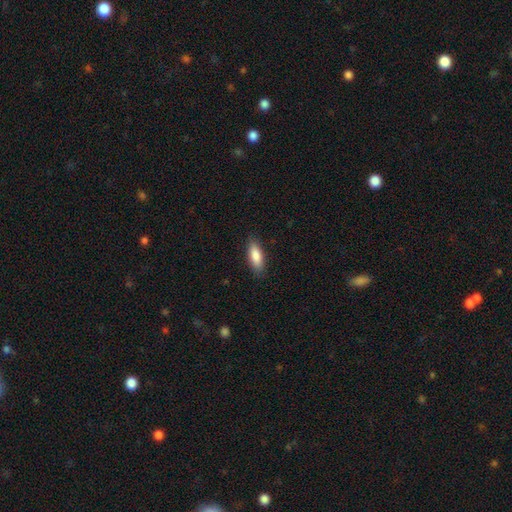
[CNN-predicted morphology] smooth 85%, featured or disk 9%, star or artifact 6%. Down the decision tree: how rounded — in between (65%); merging — none (87%).